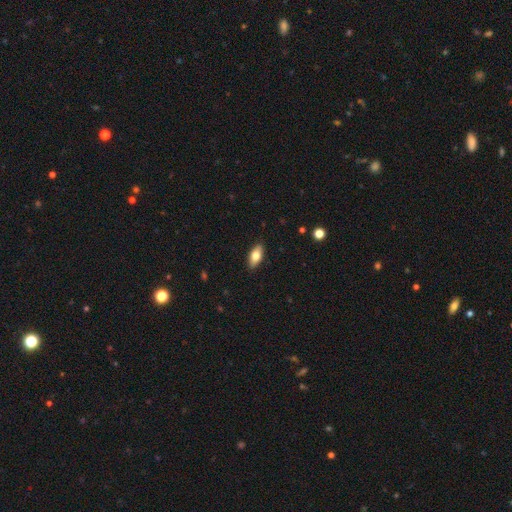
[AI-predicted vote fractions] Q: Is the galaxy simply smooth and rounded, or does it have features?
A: smooth — 75%.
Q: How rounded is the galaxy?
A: in between — 86%.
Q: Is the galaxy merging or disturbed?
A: none — 89%.